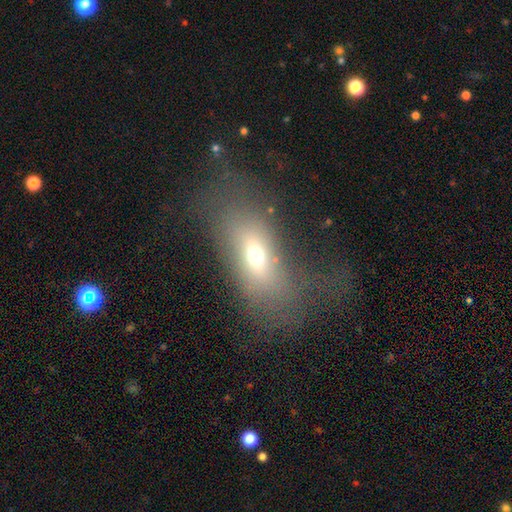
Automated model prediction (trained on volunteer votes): A smooth galaxy with no disk features (57%) that is in between round and cigar-shaped (76%). Merging: none (51%).